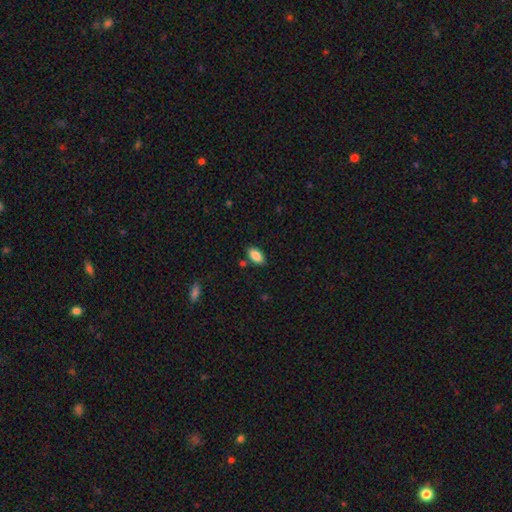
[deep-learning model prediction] Morphology: type=smooth (87%); roundness=in between (92%); merging=none (84%).